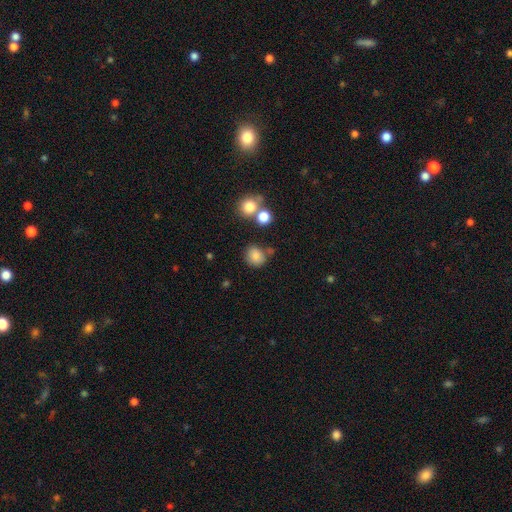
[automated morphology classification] smooth-or-featured: smooth: 82% | star or artifact: 12% | featured or disk: 6%
  how-rounded: round: 75% | in between: 24% | cigar-shaped: 1%
  merging: none: 70% | minor disturbance: 14% | merger: 11% | major disturbance: 5%